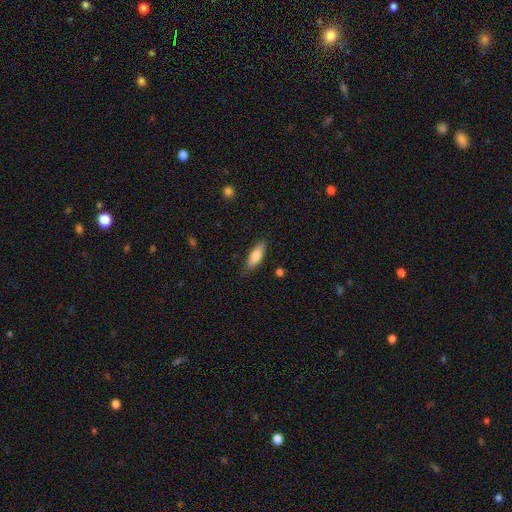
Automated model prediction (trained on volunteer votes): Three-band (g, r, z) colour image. It shows a smooth galaxy with no disk features (79%) that is in between round and cigar-shaped (67%). Merging: none (82%).